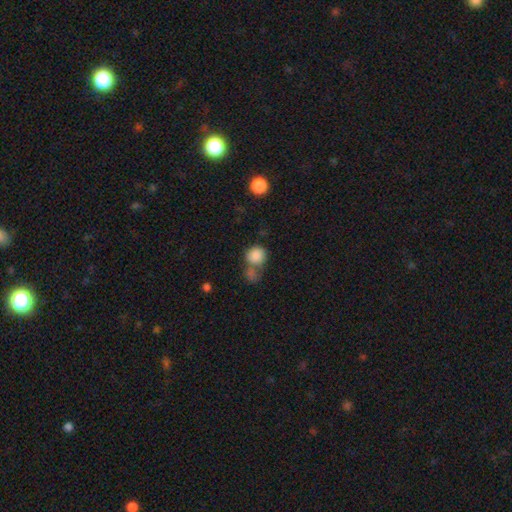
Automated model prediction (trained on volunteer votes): The model was most divided on "merging" (2-way tie): none: 40%, merger: 40%, minor disturbance: 13%, major disturbance: 7%. More confident: smooth or featured — smooth (85%); how rounded — round (81%).